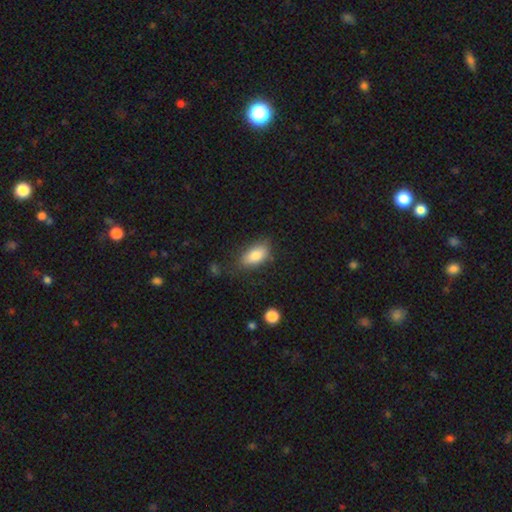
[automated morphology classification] This appears to be a smooth galaxy with no disk features (81%) that is in between round and cigar-shaped (90%). Merging: none (73%).